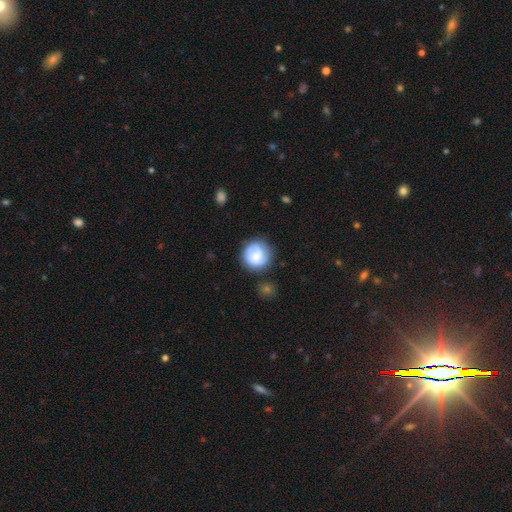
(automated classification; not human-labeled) smooth-or-featured: smooth: 60% | featured or disk: 32% | star or artifact: 8%
  how-rounded: round: 91% | in between: 8% | cigar-shaped: 1%
  merging: none: 75% | minor disturbance: 16% | major disturbance: 6% | merger: 3%